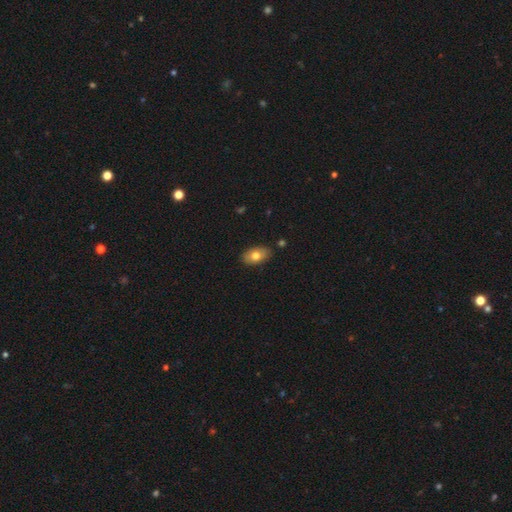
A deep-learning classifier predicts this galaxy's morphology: smooth-or-featured: smooth: 75% | featured or disk: 18% | star or artifact: 7%
  how-rounded: in between: 91% | round: 7% | cigar-shaped: 2%
  merging: none: 86% | minor disturbance: 11% | merger: 2% | major disturbance: 2%